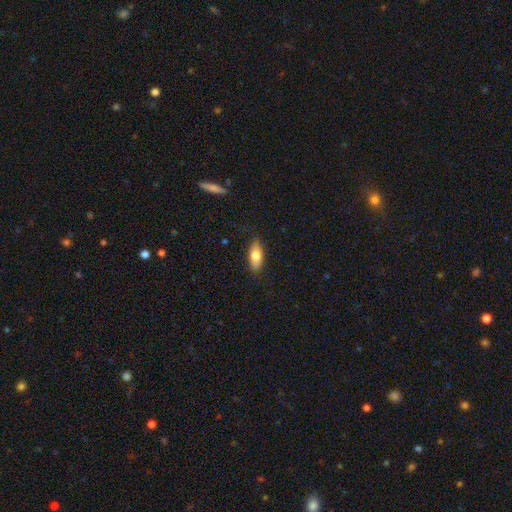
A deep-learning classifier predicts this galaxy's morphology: A smooth galaxy with no disk features (76%) that is in between round and cigar-shaped (81%). Merging: none (84%).